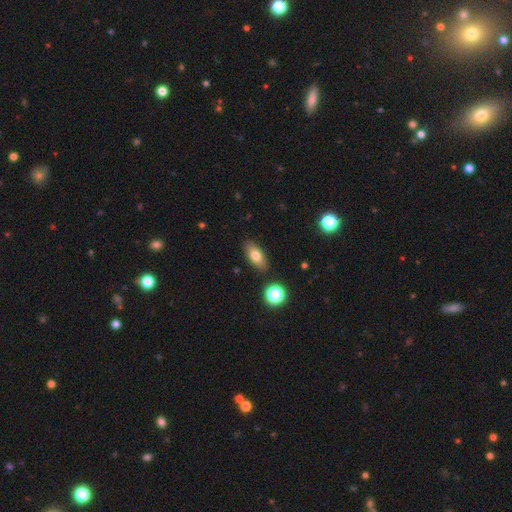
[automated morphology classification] This appears to be a smooth galaxy with no disk features (74%) that is in between round and cigar-shaped (81%). Merging: none (87%).